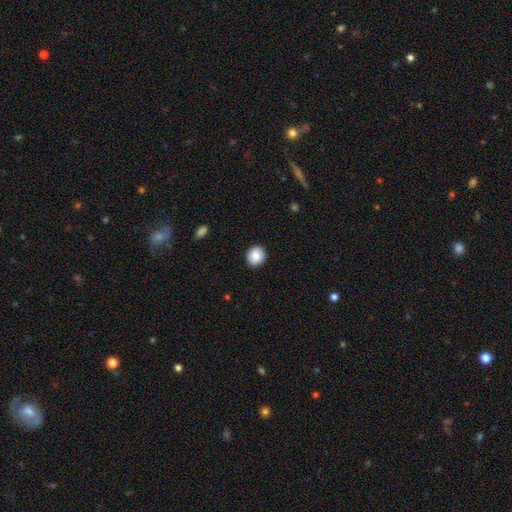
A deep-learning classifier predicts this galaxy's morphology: smooth_or_featured: smooth (p=0.87) [alt: star or artifact p=0.08]
how_rounded: round (p=0.86) [alt: in between p=0.13]
merging: none (p=0.92) [alt: minor disturbance p=0.06]